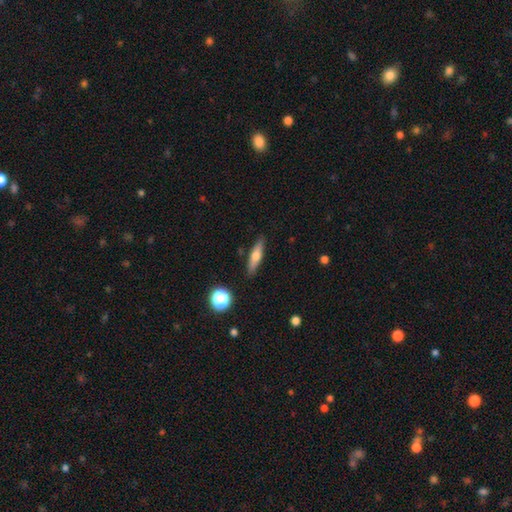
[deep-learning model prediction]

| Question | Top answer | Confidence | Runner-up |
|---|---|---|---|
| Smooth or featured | smooth | 62% | featured or disk (31%) |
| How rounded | cigar-shaped | 73% | in between (23%) |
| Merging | none | 86% | minor disturbance (9%) |